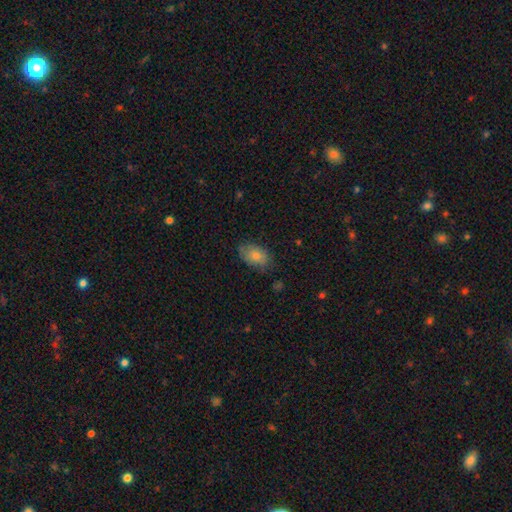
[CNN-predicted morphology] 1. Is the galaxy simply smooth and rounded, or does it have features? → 82% smooth, 11% featured or disk, 7% star or artifact.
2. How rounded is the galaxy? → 88% in between, 10% round, 1% cigar-shaped.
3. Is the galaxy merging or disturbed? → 72% none, 21% minor disturbance, 5% major disturbance, 2% merger.